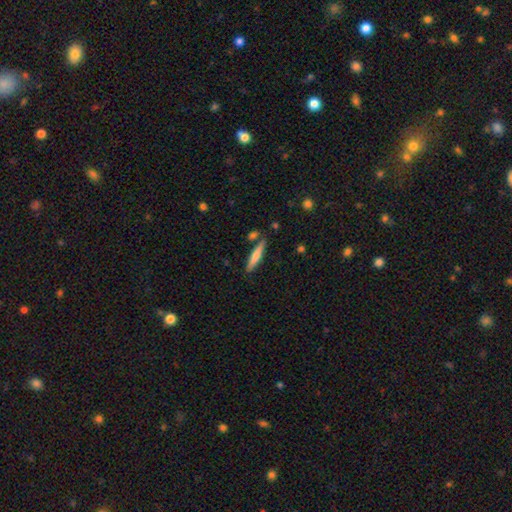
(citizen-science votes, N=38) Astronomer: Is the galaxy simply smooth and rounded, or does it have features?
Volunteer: smooth — 55% (runner-up: featured or disk, 45%).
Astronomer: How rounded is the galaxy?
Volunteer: cigar-shaped — 100%.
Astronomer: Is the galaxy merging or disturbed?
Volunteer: none — 92%.